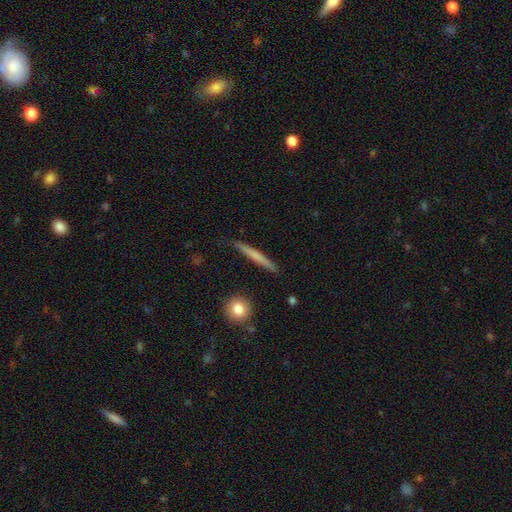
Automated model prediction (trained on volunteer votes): Smooth or featured?
  - smooth: 55% *
  - featured or disk: 40%
  - star or artifact: 6%
How rounded?
  - cigar-shaped: 95% *
  - in between: 3%
  - round: 2%
Merging?
  - none: 88% *
  - minor disturbance: 9%
  - major disturbance: 2%
  - merger: 1%